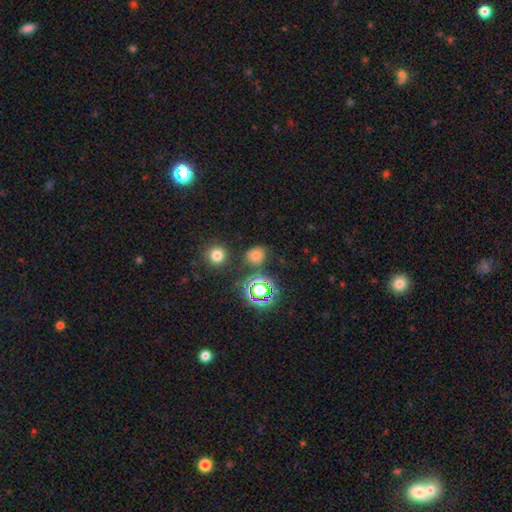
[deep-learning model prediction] The model was most divided on "smooth or featured": smooth: 66%, star or artifact: 27%, featured or disk: 7%. More confident: merging — none (76%); how rounded — round (71%).